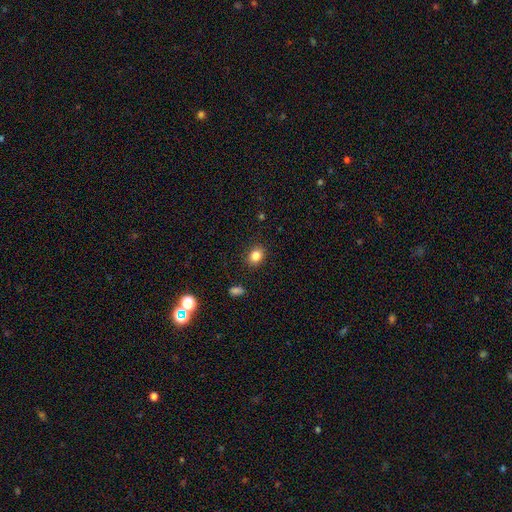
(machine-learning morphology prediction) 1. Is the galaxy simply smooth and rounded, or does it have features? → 84% smooth, 11% star or artifact, 6% featured or disk.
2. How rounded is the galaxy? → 50% round, 49% in between, 1% cigar-shaped.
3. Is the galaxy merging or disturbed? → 89% none, 8% minor disturbance, 2% major disturbance, 1% merger.